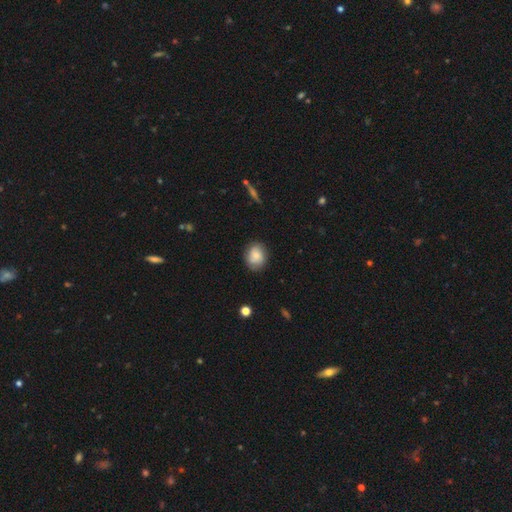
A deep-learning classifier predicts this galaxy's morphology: Smooth or featured?
  - smooth: 76% *
  - featured or disk: 16%
  - star or artifact: 8%
How rounded?
  - round: 52% *
  - in between: 47%
  - cigar-shaped: 1%
Merging?
  - none: 80% *
  - minor disturbance: 16%
  - major disturbance: 3%
  - merger: 1%